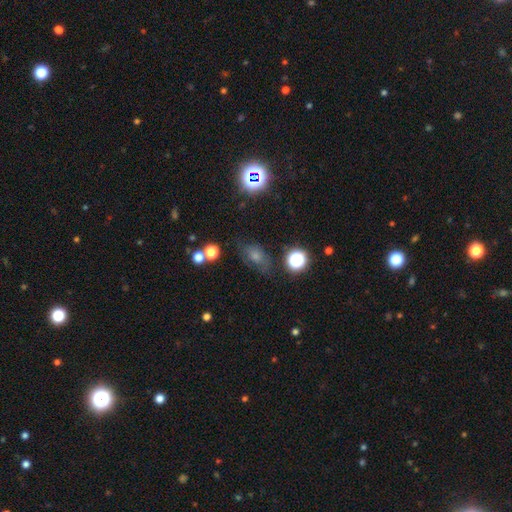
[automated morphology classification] Smooth or featured? smooth (60%)
How rounded? in between (76%)
Merging? none (60%)